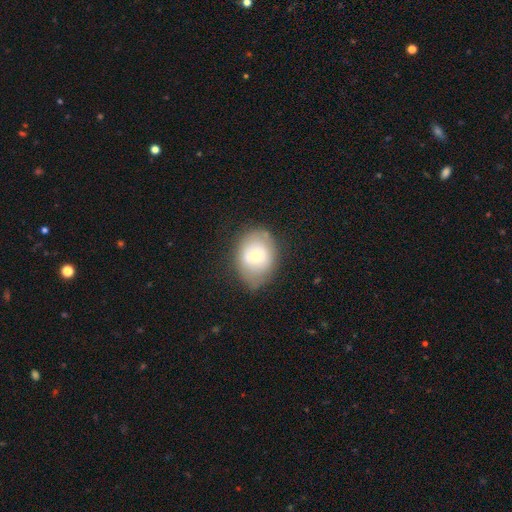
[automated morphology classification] Smooth or featured?
  - smooth: 59% *
  - featured or disk: 32%
  - star or artifact: 8%
How rounded?
  - in between: 52% *
  - round: 47%
  - cigar-shaped: 1%
Merging?
  - none: 60% *
  - minor disturbance: 27%
  - major disturbance: 10%
  - merger: 4%